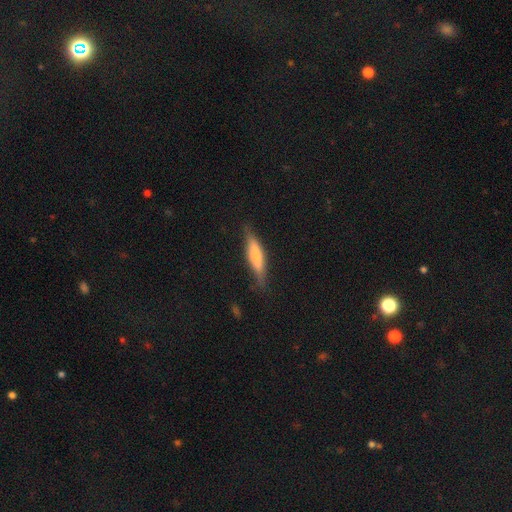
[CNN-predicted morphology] Q: Smooth or featured?
A: smooth (62%); runner-up: featured or disk (33%)
Q: How rounded?
A: cigar-shaped (74%); runner-up: in between (24%)
Q: Merging?
A: none (77%); runner-up: minor disturbance (18%)